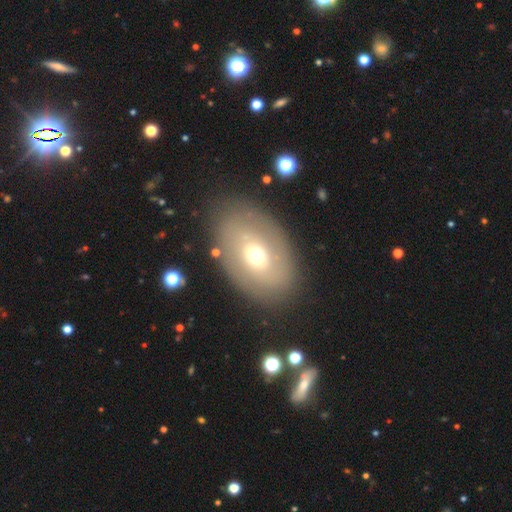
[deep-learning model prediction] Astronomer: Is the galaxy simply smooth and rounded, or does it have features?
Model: smooth — 51% (runner-up: featured or disk, 39%).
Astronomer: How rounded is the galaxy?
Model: in between — 83%.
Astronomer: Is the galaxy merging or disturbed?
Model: none — 80%.